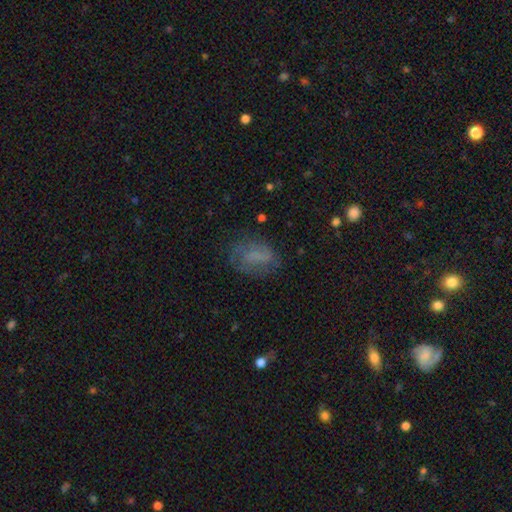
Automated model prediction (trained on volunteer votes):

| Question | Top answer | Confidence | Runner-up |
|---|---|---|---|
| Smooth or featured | smooth | 50% | featured or disk (36%) |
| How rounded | in between | 79% | round (17%) |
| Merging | none | 63% | minor disturbance (22%) |